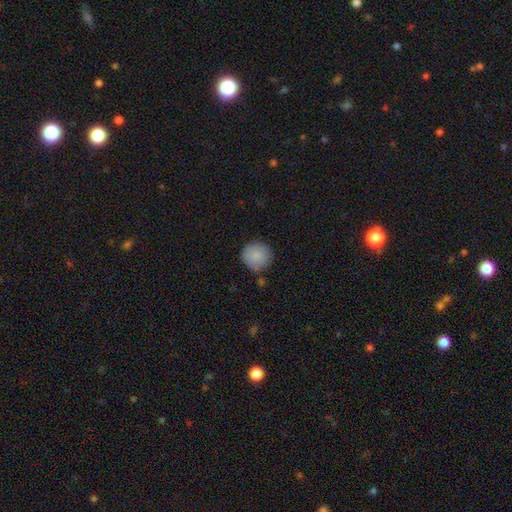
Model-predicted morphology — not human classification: The model was most divided on "merging": none: 79%, minor disturbance: 14%, merger: 4%, major disturbance: 3%. More confident: how rounded — round (92%); smooth or featured — smooth (88%).